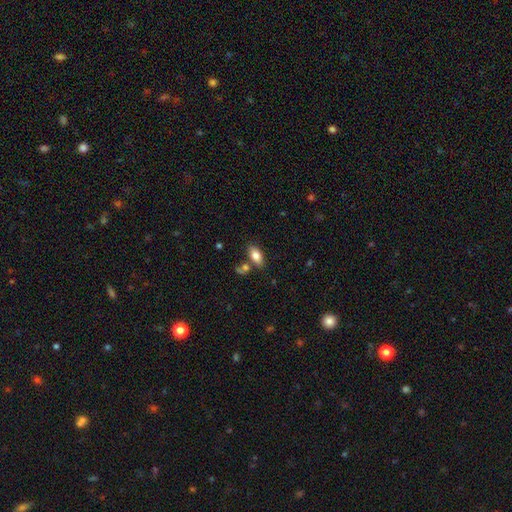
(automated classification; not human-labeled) Overall: smooth (80%). How rounded: in between (89%). Merging: none (71%).